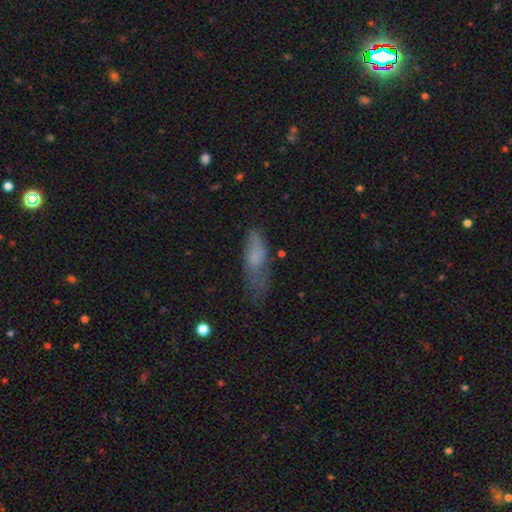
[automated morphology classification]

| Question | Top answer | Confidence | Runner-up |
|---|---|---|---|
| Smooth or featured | smooth | 68% | featured or disk (22%) |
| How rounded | cigar-shaped | 50% | in between (48%) |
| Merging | none | 47% | minor disturbance (31%) |